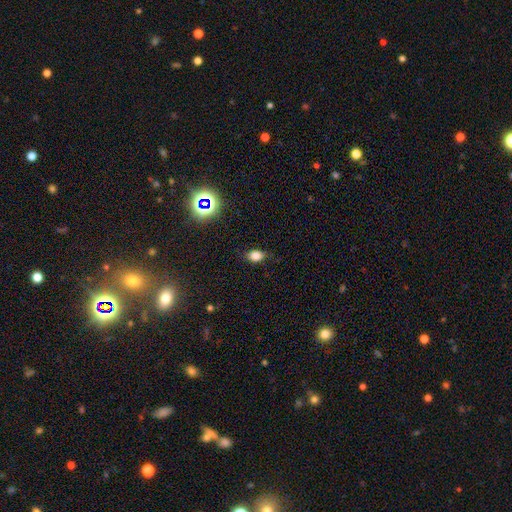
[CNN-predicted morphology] Overall: smooth (78%). How rounded: in between (72%). Merging: none (76%).